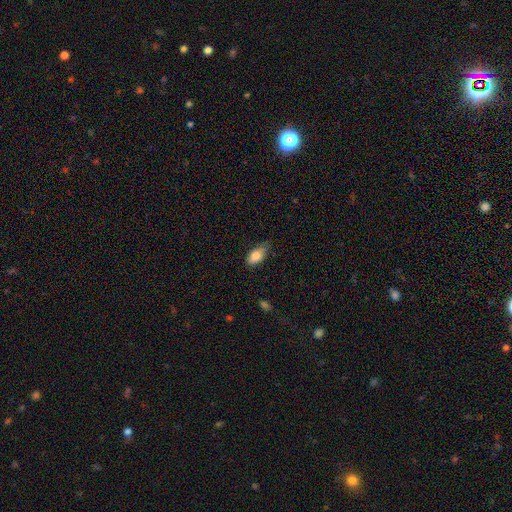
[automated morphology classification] This is clearly a smooth galaxy (82%). How rounded: clearly in between (90%). Merging: likely none (62%).